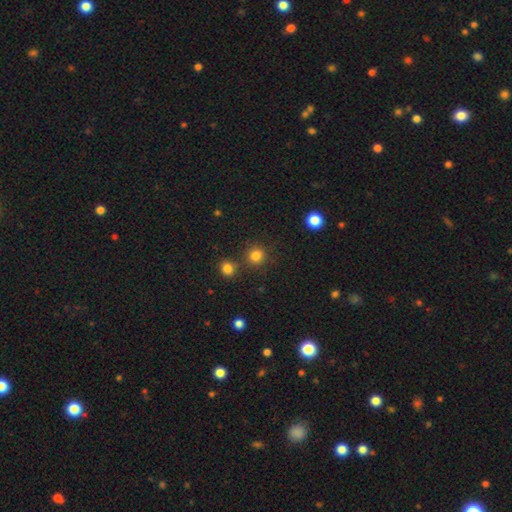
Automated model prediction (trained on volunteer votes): This is clearly a smooth galaxy (82%). How rounded: clearly round (92%). Merging: clearly none (82%).